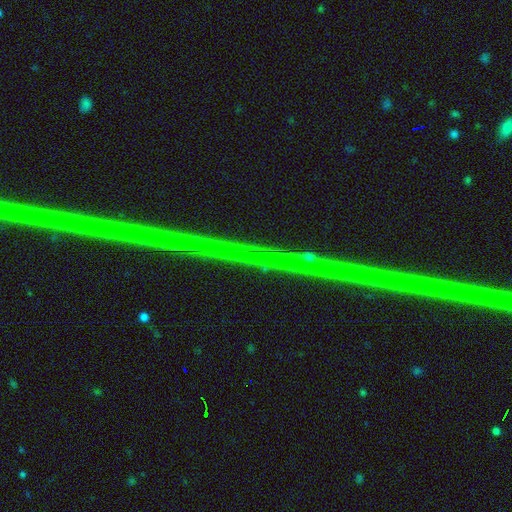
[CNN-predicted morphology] smooth_or_featured: star or artifact (p=0.87) [alt: featured or disk p=0.09]